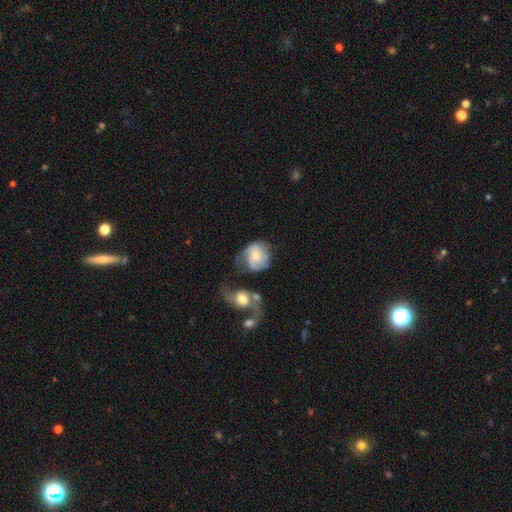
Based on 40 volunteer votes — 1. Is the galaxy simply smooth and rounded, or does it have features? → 72% featured or disk, 20% smooth, 8% star or artifact.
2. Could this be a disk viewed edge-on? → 93% no, 7% yes.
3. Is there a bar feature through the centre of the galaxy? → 67% no, 33% weak, 0% strong.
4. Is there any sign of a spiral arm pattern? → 89% yes, 11% no.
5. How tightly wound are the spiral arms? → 46% tight, 33% medium, 21% loose.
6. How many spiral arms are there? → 46% 2, 25% 3, 25% can't tell, 4% more than 4, 0% 1, 0% 4.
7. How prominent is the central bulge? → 59% moderate, 33% small, 7% none, 0% dominant, 0% large.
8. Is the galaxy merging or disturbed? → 41% none, 30% minor disturbance, 24% merger, 5% major disturbance.